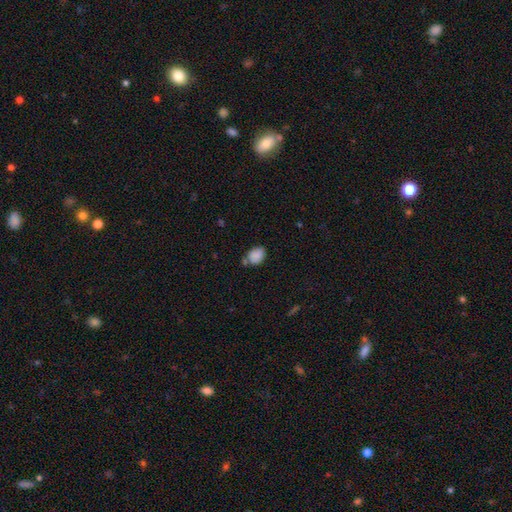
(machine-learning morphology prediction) Overall: smooth (85%). How rounded: in between (69%; round 30%). Merging: none (58%; minor disturbance 22%).